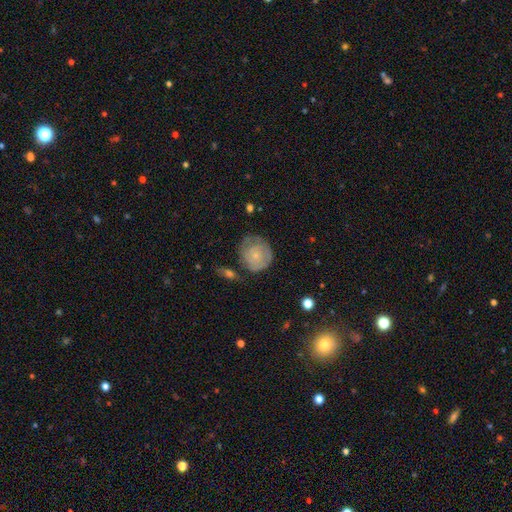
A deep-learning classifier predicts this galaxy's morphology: This appears to be a smooth galaxy with no disk features (55%) that is round (82%). Merging: none (55%).